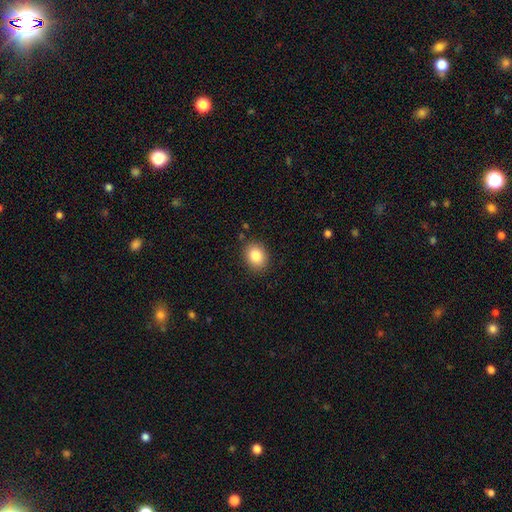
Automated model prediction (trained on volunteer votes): This is clearly a smooth galaxy (85%). How rounded: possibly in between (53%). Merging: clearly none (87%).